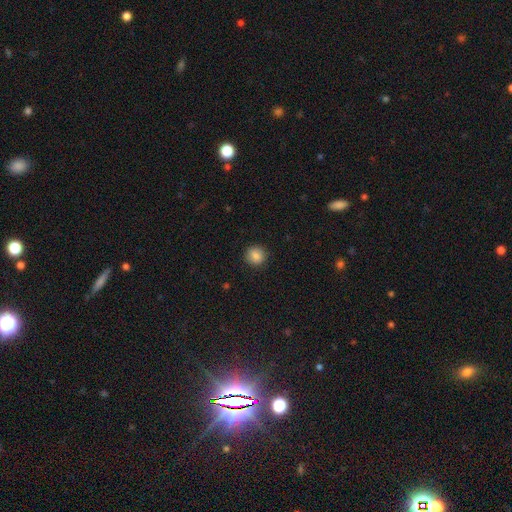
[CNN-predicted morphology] smooth-or-featured: smooth: 87% | star or artifact: 9% | featured or disk: 4%
  how-rounded: round: 91% | in between: 8% | cigar-shaped: 1%
  merging: none: 91% | minor disturbance: 6% | major disturbance: 2% | merger: 1%